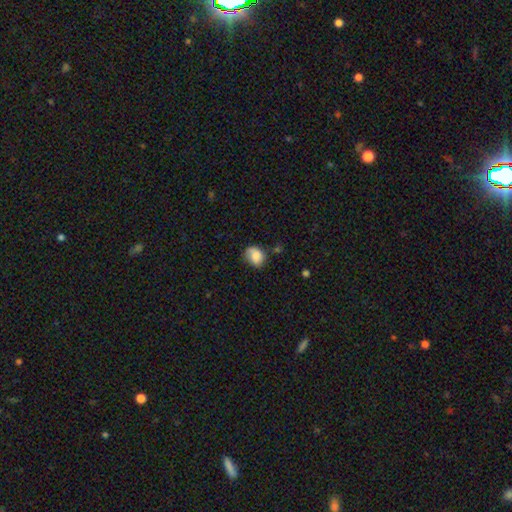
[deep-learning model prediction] smooth 79%, featured or disk 13%, star or artifact 9%. Down the decision tree: how rounded — in between (54%); merging — none (58%).